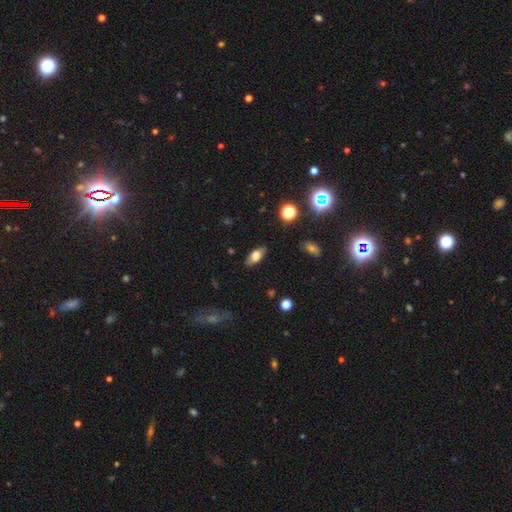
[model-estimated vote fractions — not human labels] A smooth galaxy with no disk features (70%) that is in between round and cigar-shaped (85%).

Vote fractions:
- Smooth or featured? smooth: 70% / featured or disk: 21% / star or artifact: 10%
- How rounded? in between: 85% / cigar-shaped: 10% / round: 5%
- Merging? none: 83% / minor disturbance: 12% / major disturbance: 3% / merger: 1%